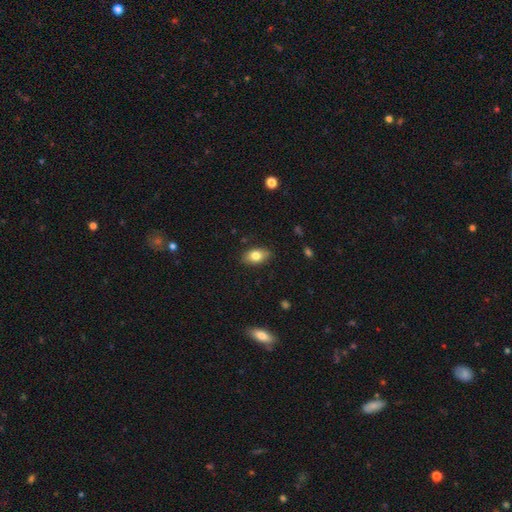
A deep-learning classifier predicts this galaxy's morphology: Smooth or featured? smooth (80%)
How rounded? in between (89%)
Merging? none (85%)